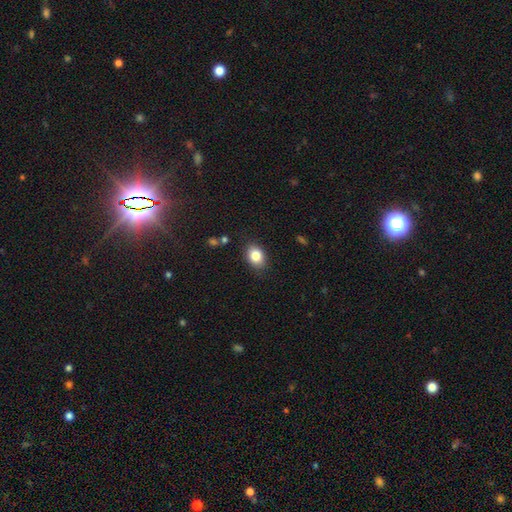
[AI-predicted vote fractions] This appears to be a smooth galaxy with no disk features (82%) that is in between round and cigar-shaped (70%). Merging: none (85%).